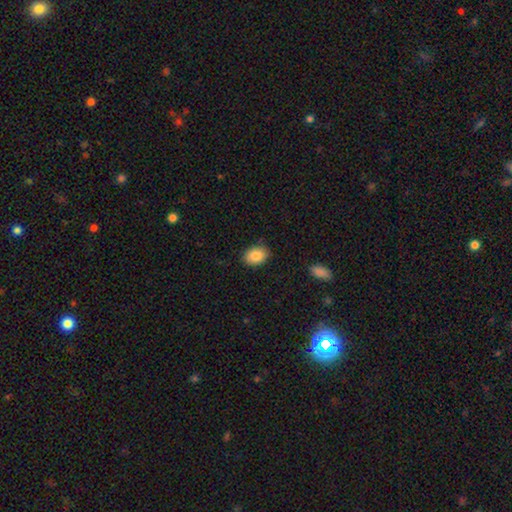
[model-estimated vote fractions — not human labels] Smooth or featured? Predicted: smooth (p=0.85). How rounded? Predicted: in between (p=0.72). Merging? Predicted: none (p=0.86).